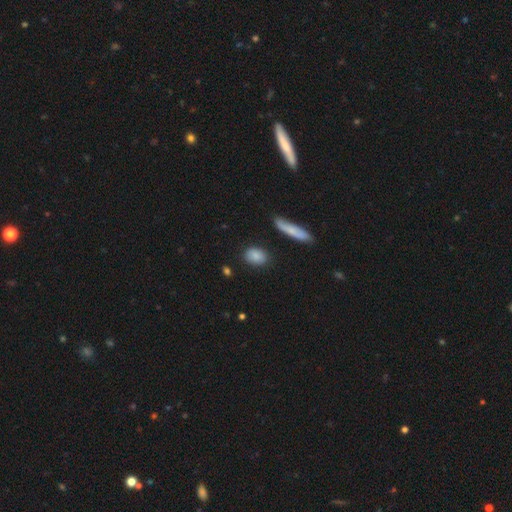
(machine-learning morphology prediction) smooth 85%, featured or disk 8%, star or artifact 8%. Down the decision tree: how rounded — in between (71%); merging — none (83%).